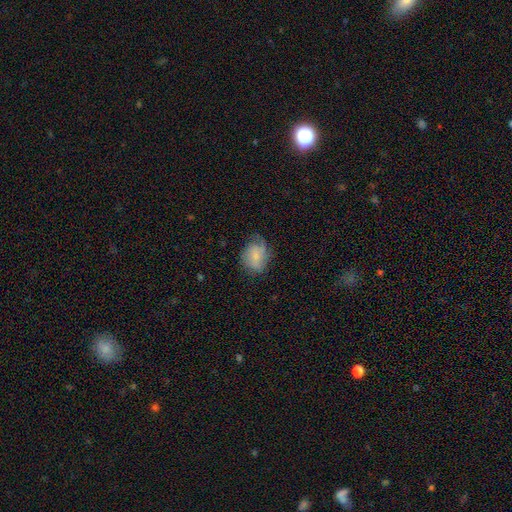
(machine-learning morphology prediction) The model was most divided on "how rounded": round: 53%, in between: 46%, cigar-shaped: 1%. More confident: smooth or featured — smooth (65%); merging — none (51%).